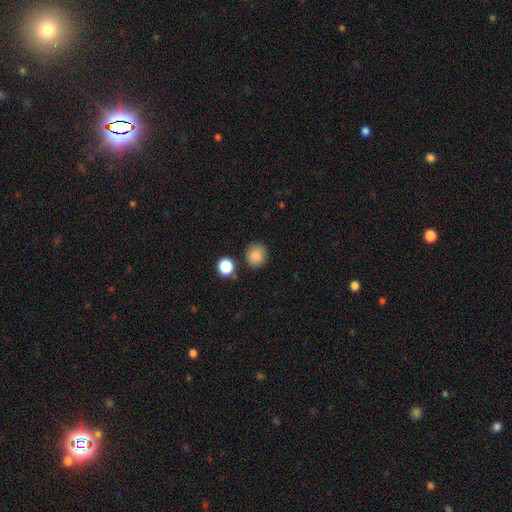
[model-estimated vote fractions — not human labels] Smooth or featured? Predicted: smooth (p=0.86). How rounded? Predicted: round (p=0.87). Merging? Predicted: none (p=0.84).